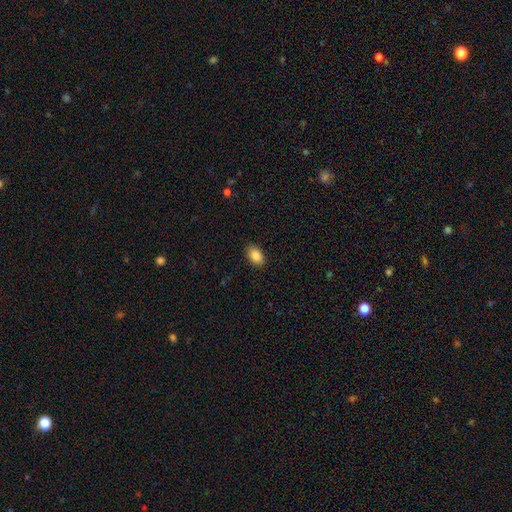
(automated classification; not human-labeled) Q: Smooth or featured?
A: smooth (87%); runner-up: star or artifact (8%)
Q: How rounded?
A: in between (90%); runner-up: round (9%)
Q: Merging?
A: none (88%); runner-up: minor disturbance (9%)